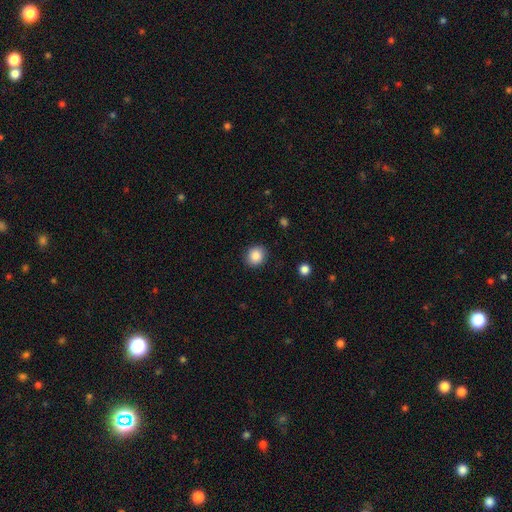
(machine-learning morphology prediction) A smooth galaxy with no disk features (87%) that is round (79%).

Vote fractions:
- Smooth or featured? smooth: 87% / star or artifact: 9% / featured or disk: 4%
- How rounded? round: 79% / in between: 20% / cigar-shaped: 1%
- Merging? none: 89% / minor disturbance: 8% / major disturbance: 2% / merger: 1%